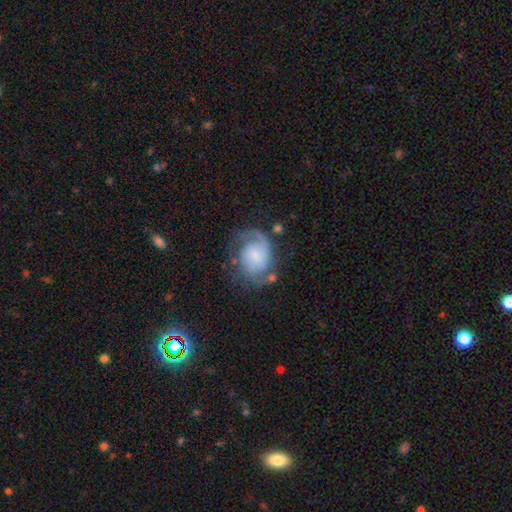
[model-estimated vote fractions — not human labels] Smooth or featured: featured or disk — 74% (smooth — 19%)
Edge-on disk: no — 98% (yes — 2%)
Bar: no — 51% (weak — 42%)
Spiral arms: yes — 93% (no — 7%)
Spiral winding: medium — 47% (tight — 32%)
Spiral arm count: 2 — 62% (1 — 22%)
Bulge size: small — 46% (moderate — 23%)
Merging: none — 57% (minor disturbance — 22%)